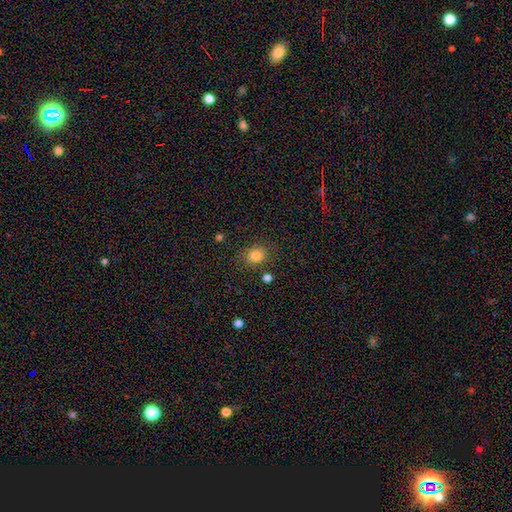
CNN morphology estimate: A smooth galaxy with no disk features (82%) that is round (59%).

Vote fractions:
- Smooth or featured? smooth: 82% / star or artifact: 12% / featured or disk: 6%
- How rounded? round: 59% / in between: 40% / cigar-shaped: 1%
- Merging? none: 80% / minor disturbance: 12% / major disturbance: 4% / merger: 4%